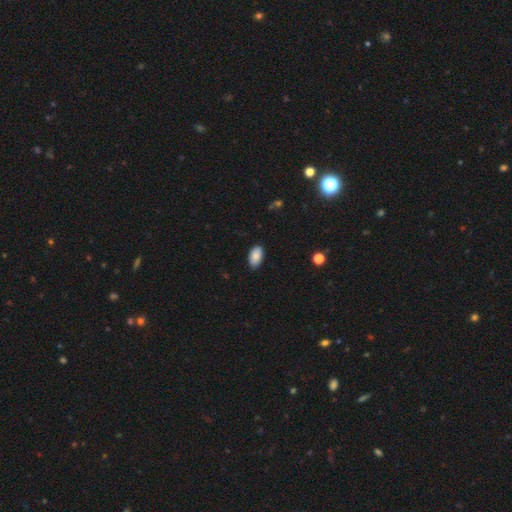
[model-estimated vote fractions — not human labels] Morphology: type=smooth (88%); roundness=in between (95%); merging=none (86%).